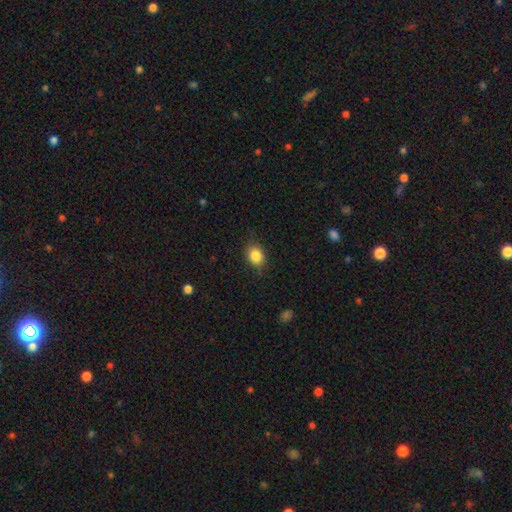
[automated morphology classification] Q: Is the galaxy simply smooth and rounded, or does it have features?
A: smooth — 85%.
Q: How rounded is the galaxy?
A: in between — 62%.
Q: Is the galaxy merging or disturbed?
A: none — 80%.